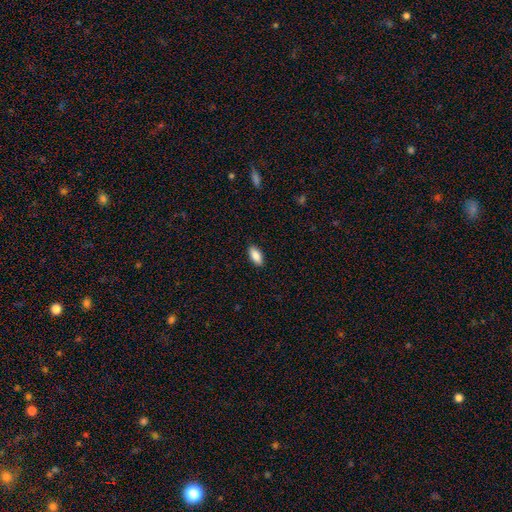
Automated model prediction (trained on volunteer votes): Q: Smooth or featured?
A: smooth (87%); runner-up: star or artifact (7%)
Q: How rounded?
A: in between (88%); runner-up: cigar-shaped (10%)
Q: Merging?
A: none (89%); runner-up: minor disturbance (8%)